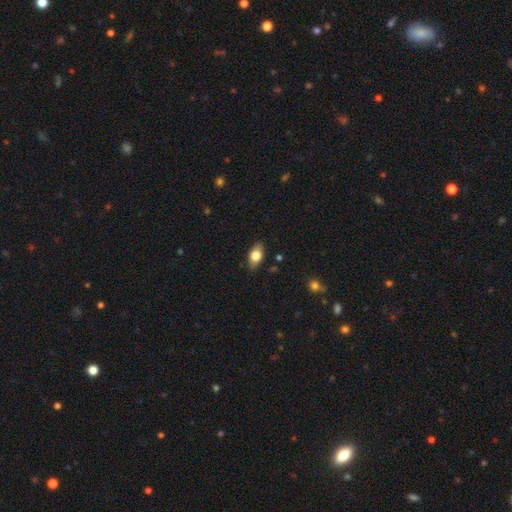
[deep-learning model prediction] This is likely a smooth galaxy (73%). How rounded: clearly in between (85%). Merging: clearly none (83%).